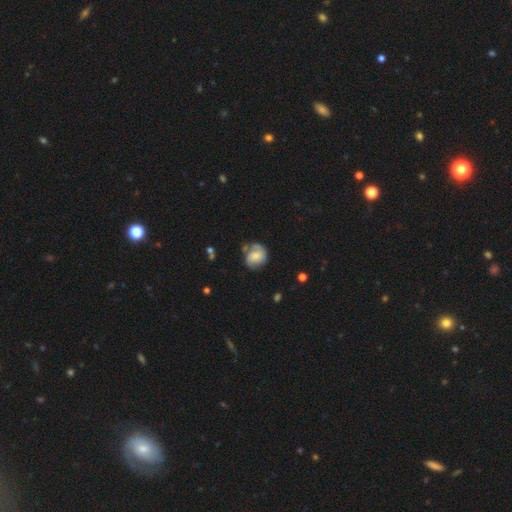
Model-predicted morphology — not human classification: Smooth or featured? featured or disk (60%)
Edge-on disk? no (98%)
Bar? no (63%)
Spiral arms? yes (88%)
Spiral winding? tight (41%)
Spiral arm count? 2 (66%)
Bulge size? small (36%)
Merging? none (57%)